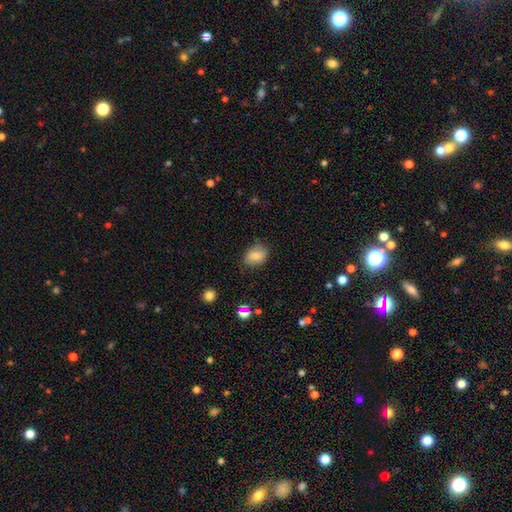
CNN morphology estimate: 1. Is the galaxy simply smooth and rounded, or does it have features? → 80% smooth, 11% featured or disk, 9% star or artifact.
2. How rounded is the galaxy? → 72% in between, 27% round, 1% cigar-shaped.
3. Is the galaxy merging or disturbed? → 79% none, 16% minor disturbance, 3% major disturbance, 1% merger.